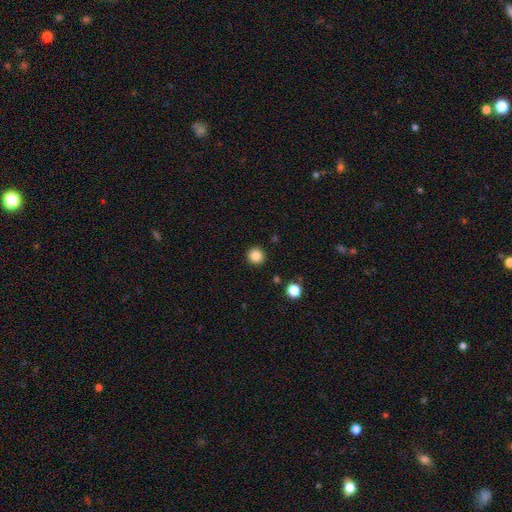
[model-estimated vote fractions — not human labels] Smooth or featured? smooth (85%)
How rounded? round (96%)
Merging? none (92%)